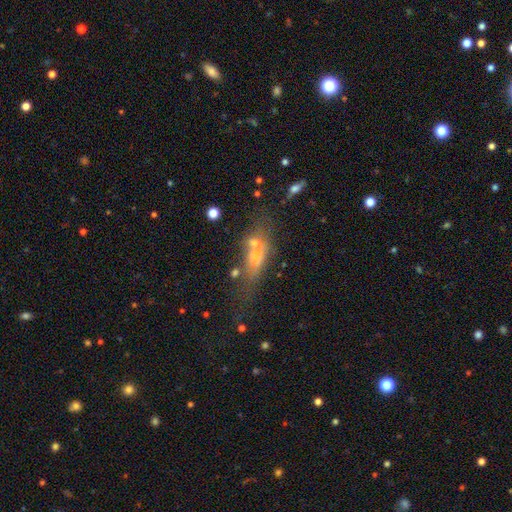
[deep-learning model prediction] A smooth galaxy with no disk features (50%). Merging: merger (46%).